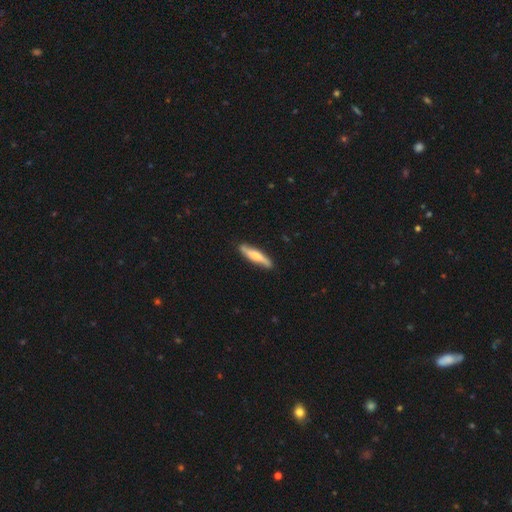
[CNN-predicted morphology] A smooth galaxy with no disk features (52%) that is cigar-shaped (83%).

Vote fractions:
- Smooth or featured? smooth: 52% / featured or disk: 43% / star or artifact: 5%
- How rounded? cigar-shaped: 83% / in between: 15% / round: 2%
- Merging? none: 84% / minor disturbance: 12% / major disturbance: 2% / merger: 1%